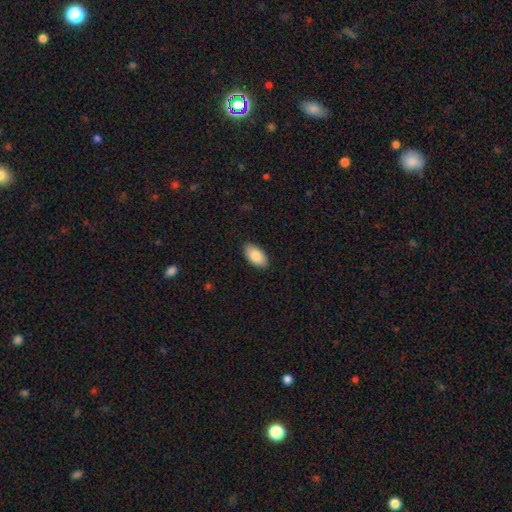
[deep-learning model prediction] smooth-or-featured: smooth: 85% | featured or disk: 9% | star or artifact: 6%
  how-rounded: in between: 95% | round: 3% | cigar-shaped: 2%
  merging: none: 87% | minor disturbance: 10% | major disturbance: 2% | merger: 1%